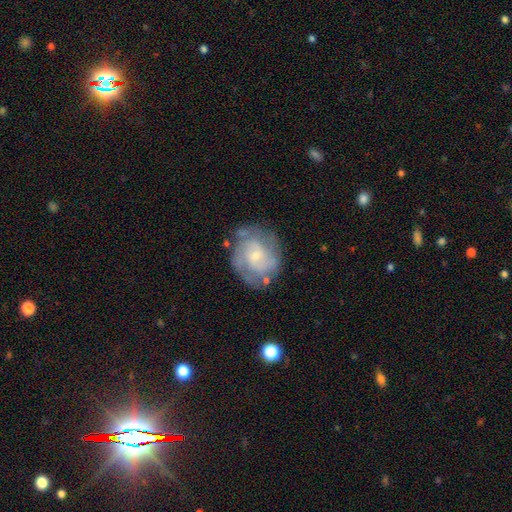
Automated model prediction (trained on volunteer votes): A featured or disk galaxy (80%) with no bar (64%), 2 (43%) tight (50%) spiral arms (92%) and a small central bulge (71%).

Vote fractions:
- Smooth or featured? featured or disk: 80% / smooth: 14% / star or artifact: 7%
- Edge-on disk? no: 98% / yes: 2%
- Bar? no: 64% / weak: 31% / strong: 5%
- Spiral arms? yes: 92% / no: 8%
- Spiral winding? tight: 50% / medium: 39% / loose: 11%
- Spiral arm count? 2: 43% / can't tell: 27% / 3: 16% / 4: 5% / 1: 4% / more than 4: 4%
- Bulge size? small: 71% / moderate: 24% / none: 2% / large: 1% / dominant: 1%
- Merging? none: 70% / minor disturbance: 19% / major disturbance: 8% / merger: 3%